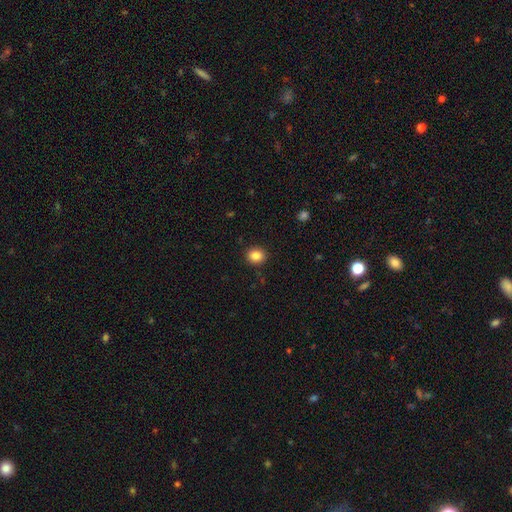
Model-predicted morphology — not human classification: This appears to be a smooth galaxy with no disk features (86%) that is round (74%). Merging: none (90%).